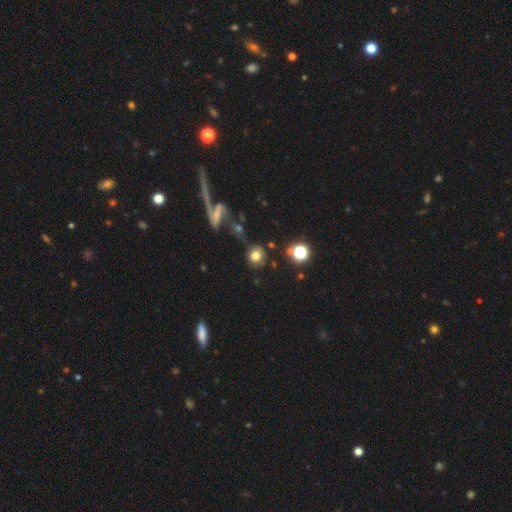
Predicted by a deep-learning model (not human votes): Smooth or featured: smooth — 72% (star or artifact — 15%)
How rounded: round — 82% (in between — 16%)
Merging: none — 64% (minor disturbance — 15%)